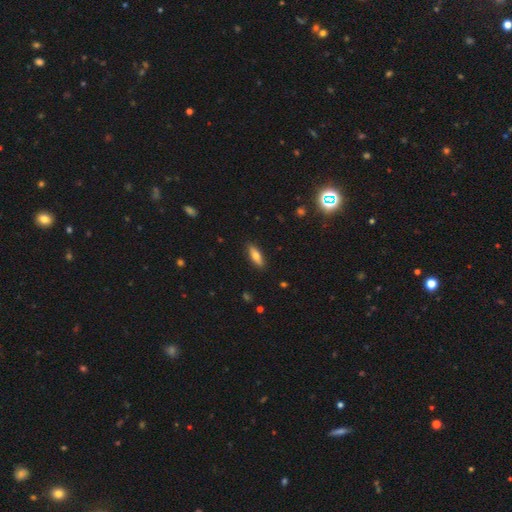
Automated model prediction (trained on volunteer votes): Morphology: type=smooth (70%); roundness=in between (57%); merging=none (89%).